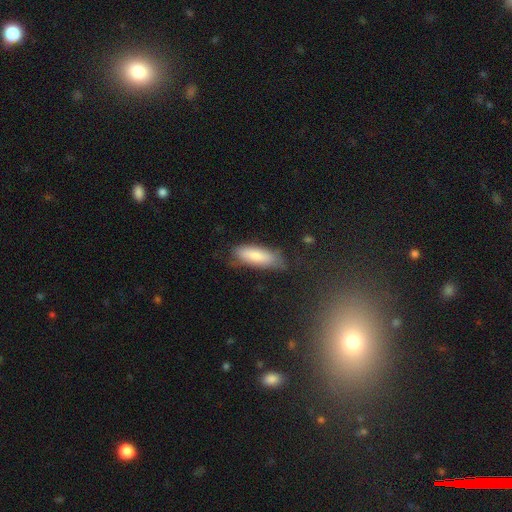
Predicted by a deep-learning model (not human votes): A smooth galaxy with no disk features (80%) that is in between round and cigar-shaped (63%).

Vote fractions:
- Smooth or featured? smooth: 80% / featured or disk: 14% / star or artifact: 6%
- How rounded? in between: 63% / cigar-shaped: 36% / round: 2%
- Merging? none: 68% / minor disturbance: 23% / major disturbance: 6% / merger: 2%